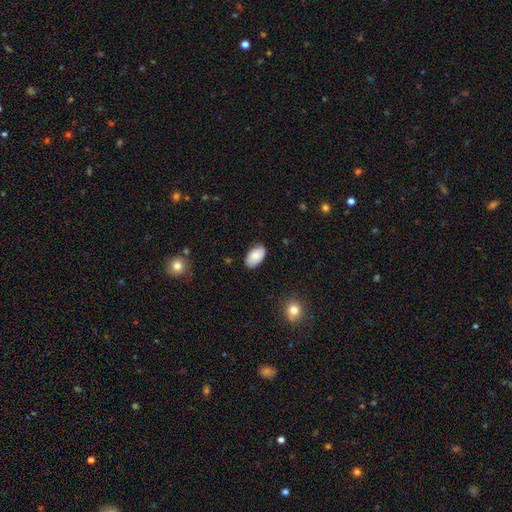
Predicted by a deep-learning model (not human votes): A smooth galaxy with no disk features (80%) that is in between round and cigar-shaped (95%).

Vote fractions:
- Smooth or featured? smooth: 80% / featured or disk: 13% / star or artifact: 7%
- How rounded? in between: 95% / round: 4% / cigar-shaped: 1%
- Merging? none: 81% / minor disturbance: 15% / major disturbance: 3% / merger: 1%